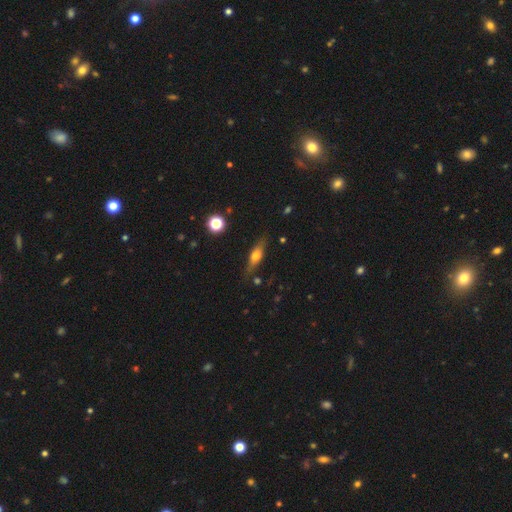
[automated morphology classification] A smooth galaxy with no disk features (50%) that is cigar-shaped (50%). Merging: none (79%).